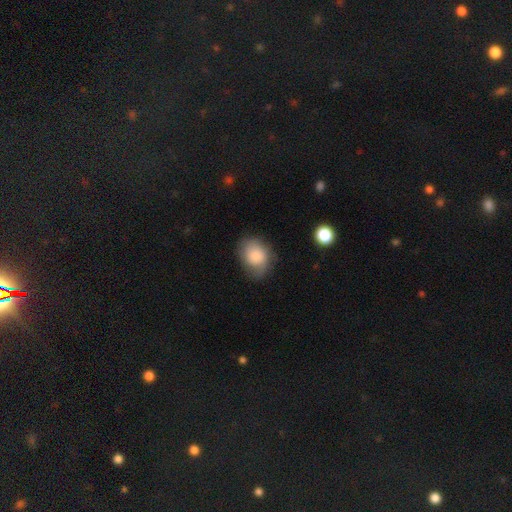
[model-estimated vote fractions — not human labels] This is clearly a smooth galaxy (81%). How rounded: possibly in between (54%). Merging: likely none (64%).